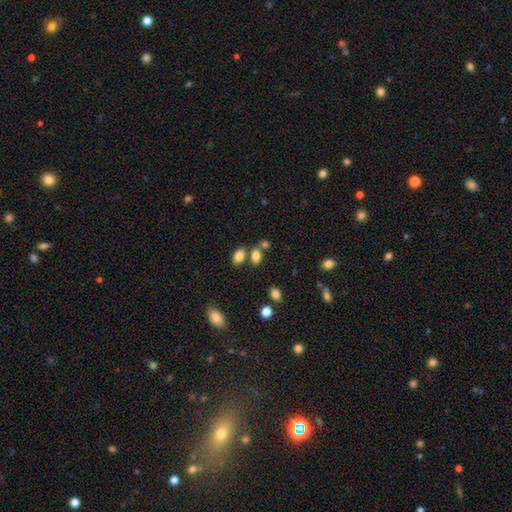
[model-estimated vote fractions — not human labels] Overall: smooth (81%). How rounded: in between (86%). Merging: none (60%; merger 24%).